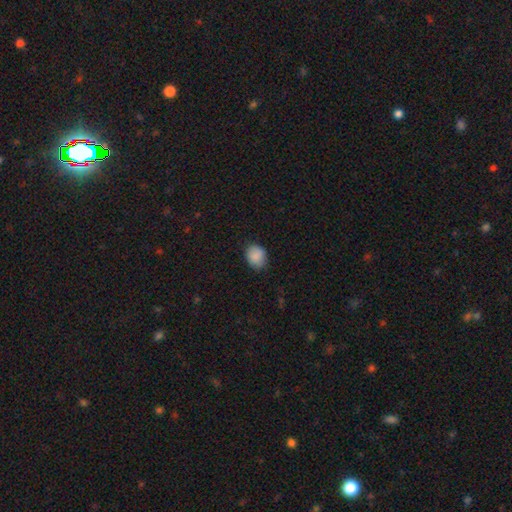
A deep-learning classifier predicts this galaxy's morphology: The model was most divided on "how rounded": round: 54%, in between: 45%, cigar-shaped: 1%. More confident: smooth or featured — smooth (88%); merging — none (78%).